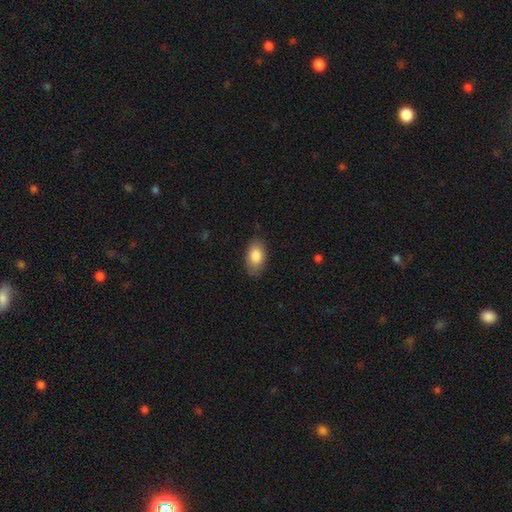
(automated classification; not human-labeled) A smooth galaxy with no disk features (85%) that is in between round and cigar-shaped (93%).

Vote fractions:
- Smooth or featured? smooth: 85% / featured or disk: 9% / star or artifact: 6%
- How rounded? in between: 93% / round: 5% / cigar-shaped: 2%
- Merging? none: 81% / minor disturbance: 14% / major disturbance: 3% / merger: 1%